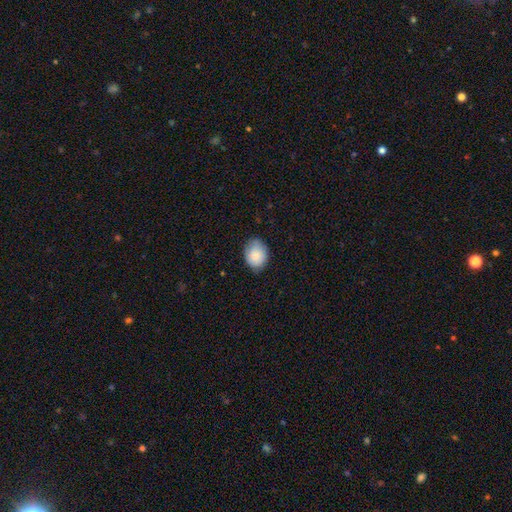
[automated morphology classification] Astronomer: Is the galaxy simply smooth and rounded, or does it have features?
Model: smooth — 84%.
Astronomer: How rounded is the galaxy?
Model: in between — 57% (runner-up: round, 42%).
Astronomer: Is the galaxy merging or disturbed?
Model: none — 72%.